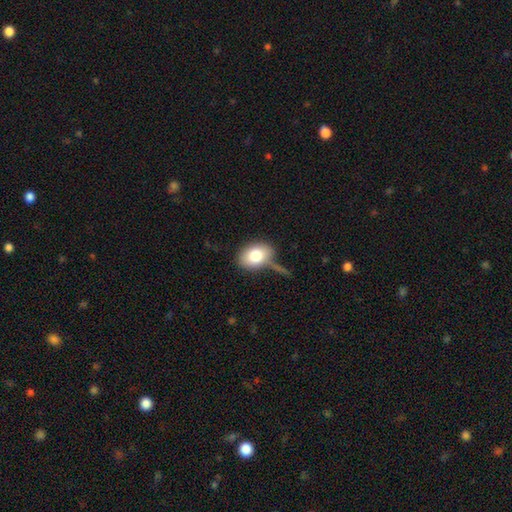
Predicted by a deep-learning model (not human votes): This is likely a smooth galaxy (79%). How rounded: likely in between (76%). Merging: possibly none (59%).